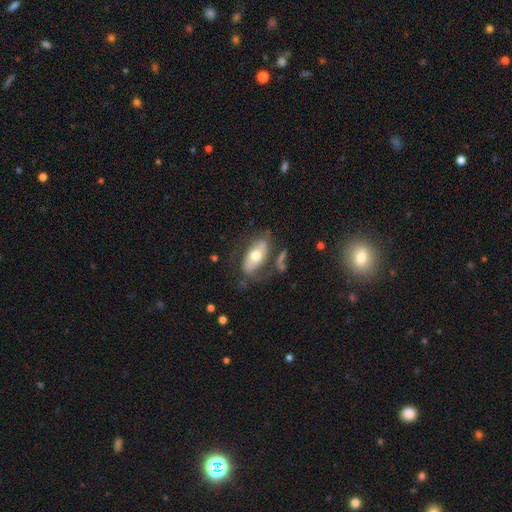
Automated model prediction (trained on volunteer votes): Smooth or featured? Predicted: smooth (p=0.47, tied with featured or disk). Merging? Predicted: none (p=0.59).